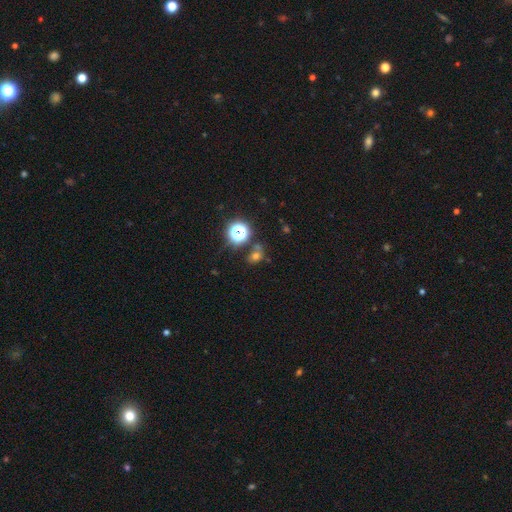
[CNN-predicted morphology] The model was most divided on "how rounded" (2-way tie): in between: 49%, round: 49%, cigar-shaped: 2%. More confident: merging — none (64%); smooth or featured — smooth (61%).